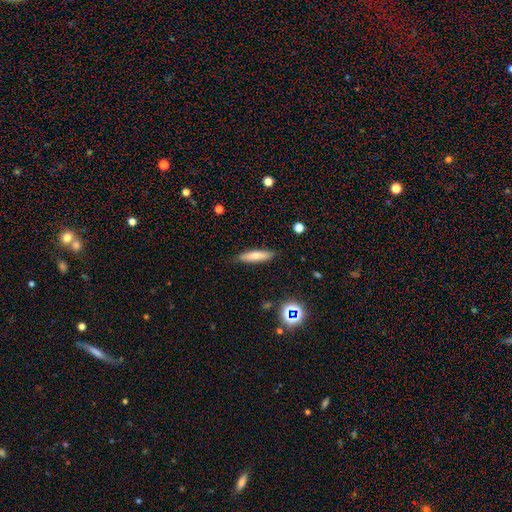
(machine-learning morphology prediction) smooth-or-featured: smooth: 68% | featured or disk: 24% | star or artifact: 8%
  how-rounded: cigar-shaped: 77% | in between: 21% | round: 2%
  merging: none: 85% | minor disturbance: 11% | major disturbance: 2% | merger: 1%